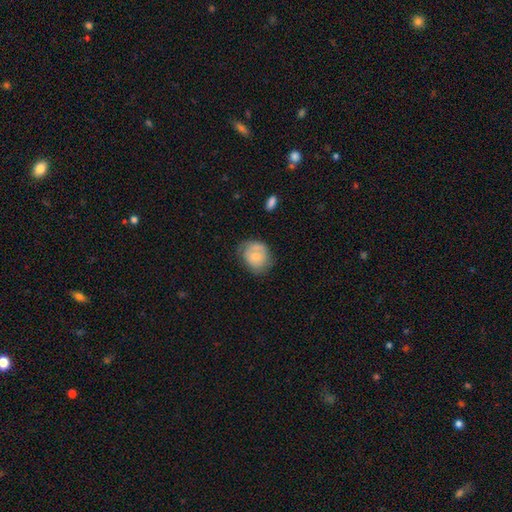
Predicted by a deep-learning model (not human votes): Smooth or featured? Predicted: smooth (p=0.58). How rounded? Predicted: round (p=0.62). Merging? Predicted: none (p=0.53).